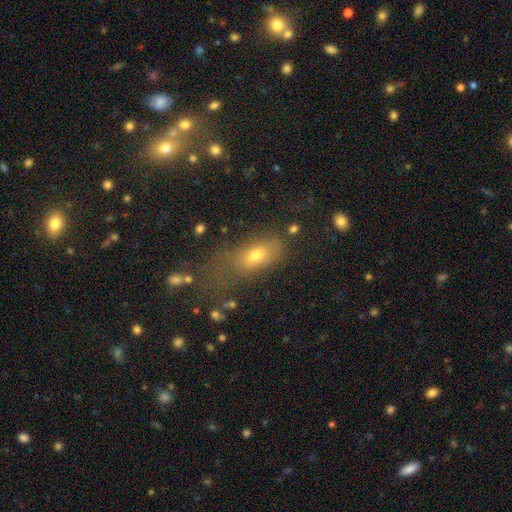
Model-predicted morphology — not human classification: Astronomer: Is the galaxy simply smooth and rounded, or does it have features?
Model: smooth — 69%.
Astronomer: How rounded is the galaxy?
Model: in between — 79%.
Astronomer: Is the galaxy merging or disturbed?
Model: none — 46% (runner-up: major disturbance, 25%).